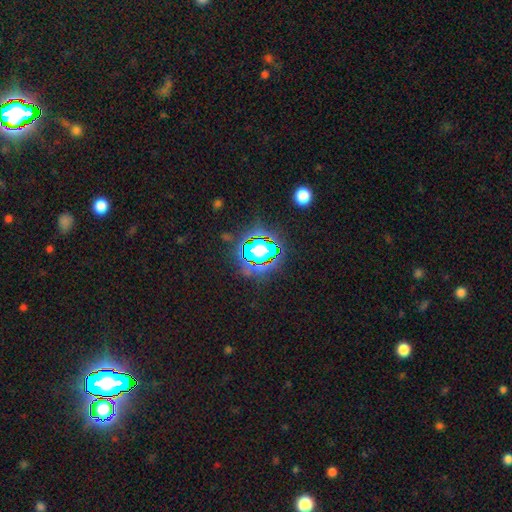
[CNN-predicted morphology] smooth_or_featured: star or artifact (p=0.81) [alt: smooth p=0.11]